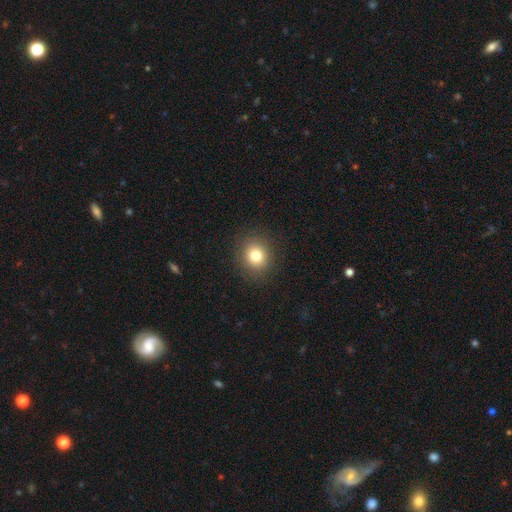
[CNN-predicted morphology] A smooth galaxy with no disk features (80%) that is round (85%). Merging: none (90%).